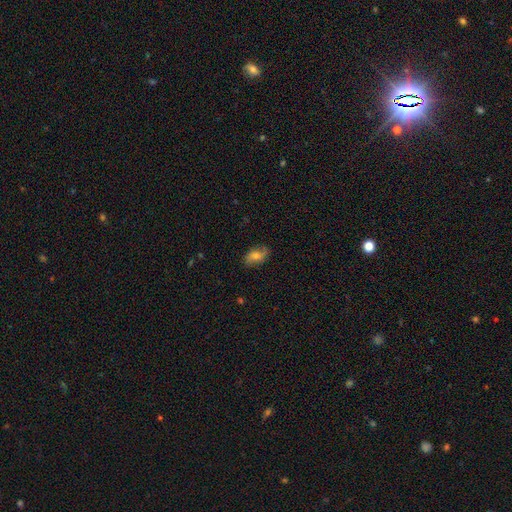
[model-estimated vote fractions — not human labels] Smooth or featured? Predicted: featured or disk (p=0.47). Merging? Predicted: none (p=0.78).